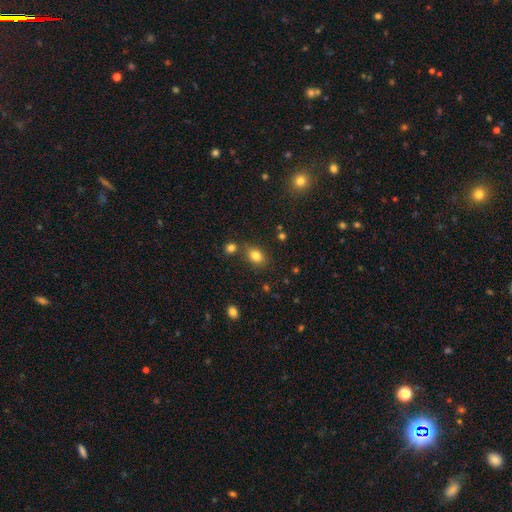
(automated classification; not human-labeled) Overall: smooth (81%). How rounded: in between (71%). Merging: none (73%).